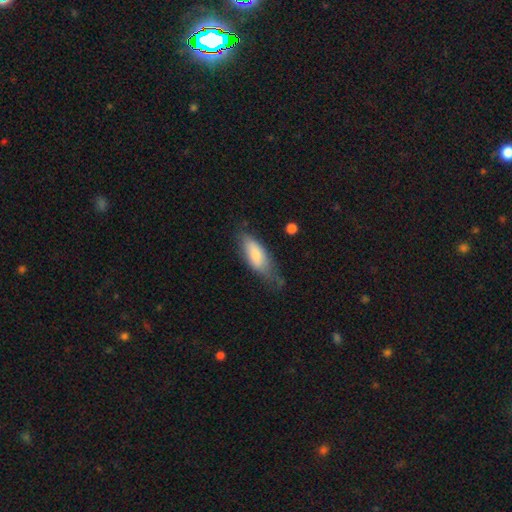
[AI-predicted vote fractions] A smooth galaxy with no disk features (74%) that is in between round and cigar-shaped (76%). Merging: none (43%).